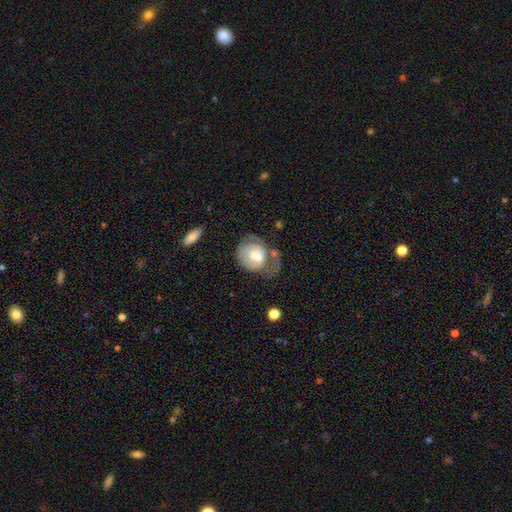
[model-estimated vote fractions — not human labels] smooth-or-featured: featured or disk: 47% | smooth: 46% | star or artifact: 6%
  merging: major disturbance: 37% | none: 29% | minor disturbance: 24% | merger: 10%